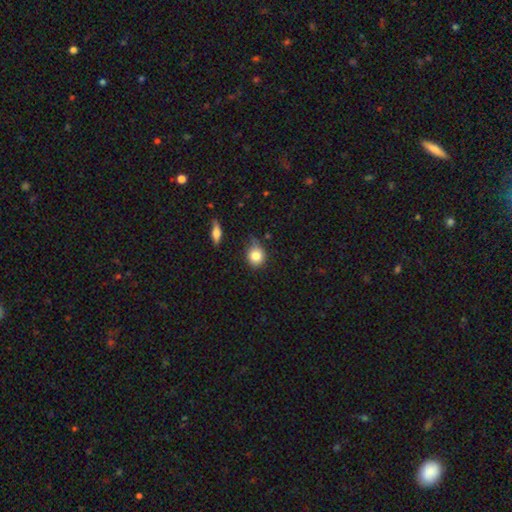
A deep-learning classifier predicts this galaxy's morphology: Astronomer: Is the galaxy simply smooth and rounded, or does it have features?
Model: smooth — 82%.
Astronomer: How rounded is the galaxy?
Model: round — 75%.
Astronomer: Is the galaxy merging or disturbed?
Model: none — 56% (runner-up: minor disturbance, 31%).